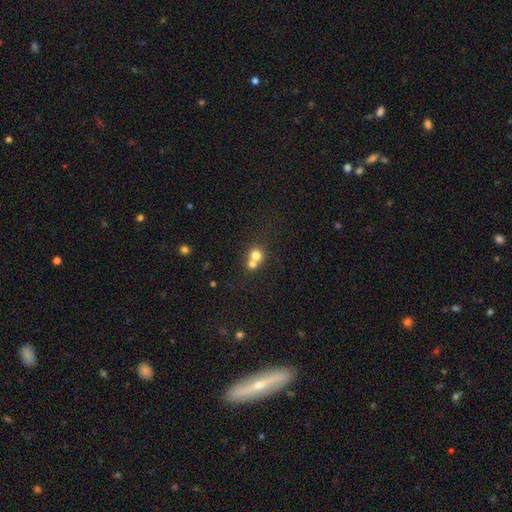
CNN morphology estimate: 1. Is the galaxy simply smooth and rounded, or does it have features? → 74% smooth, 14% featured or disk, 13% star or artifact.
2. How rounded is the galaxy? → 85% round, 14% in between, 1% cigar-shaped.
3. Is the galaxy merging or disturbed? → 59% merger, 35% none, 5% minor disturbance, 2% major disturbance.